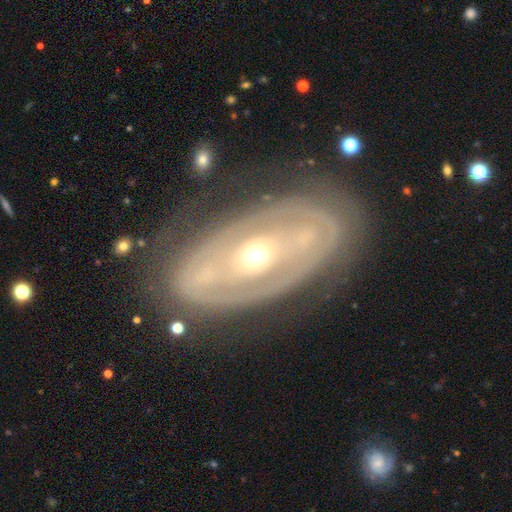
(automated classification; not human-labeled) A featured or disk galaxy (81%) with no bar (65%), 2 (57%) tight (59%) spiral arms (71%) and a moderate central bulge (51%). Merging: none (69%).